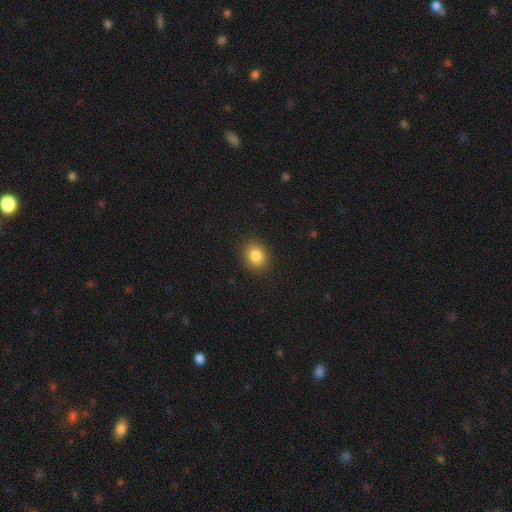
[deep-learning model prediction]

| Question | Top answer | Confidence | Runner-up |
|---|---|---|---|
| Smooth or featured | smooth | 84% | star or artifact (10%) |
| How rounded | round | 64% | in between (35%) |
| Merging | none | 90% | minor disturbance (7%) |